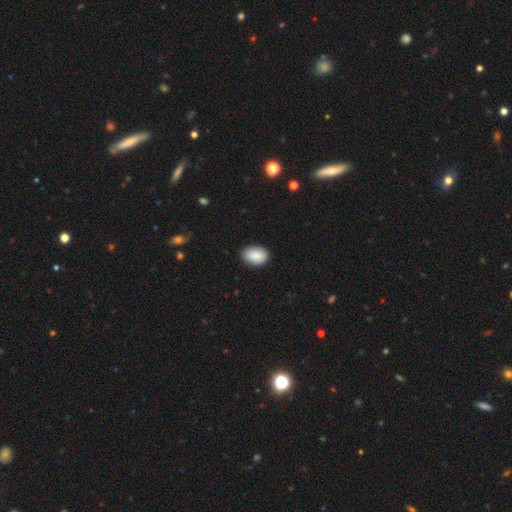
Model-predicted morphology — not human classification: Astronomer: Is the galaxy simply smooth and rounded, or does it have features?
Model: smooth — 88%.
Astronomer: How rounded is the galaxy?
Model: in between — 88%.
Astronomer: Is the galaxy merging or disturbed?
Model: none — 85%.